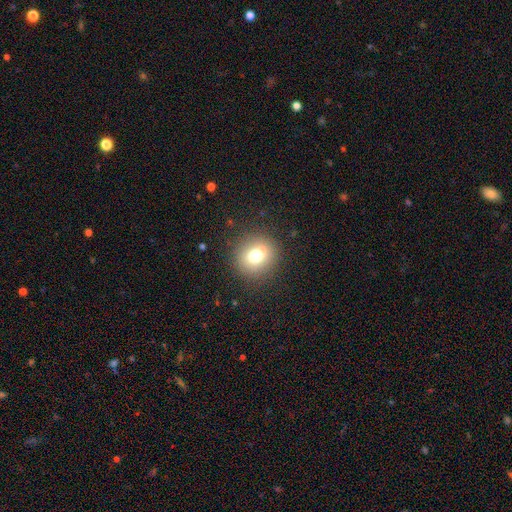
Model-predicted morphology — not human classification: Smooth or featured: smooth — 72% (featured or disk — 15%)
How rounded: round — 85% (in between — 14%)
Merging: none — 87% (minor disturbance — 8%)